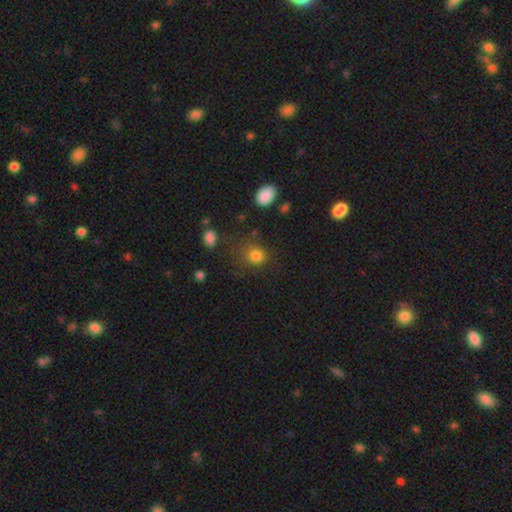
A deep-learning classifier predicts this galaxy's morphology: Smooth or featured: smooth — 81% (star or artifact — 13%)
How rounded: round — 70% (in between — 29%)
Merging: none — 70% (minor disturbance — 17%)